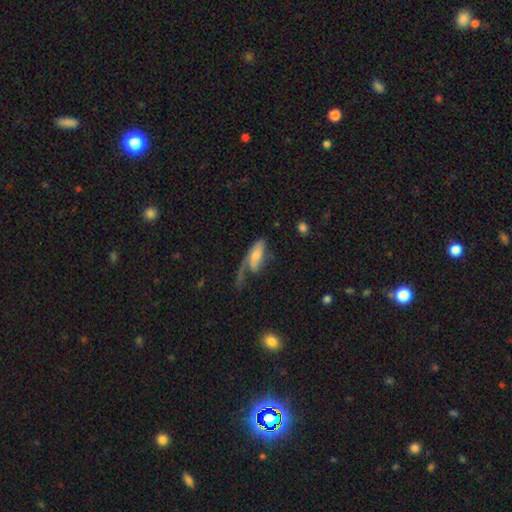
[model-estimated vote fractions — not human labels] smooth_or_featured: featured or disk (p=0.46) [tied with: smooth p=0.46]
merging: major disturbance (p=0.44) [alt: none p=0.27]